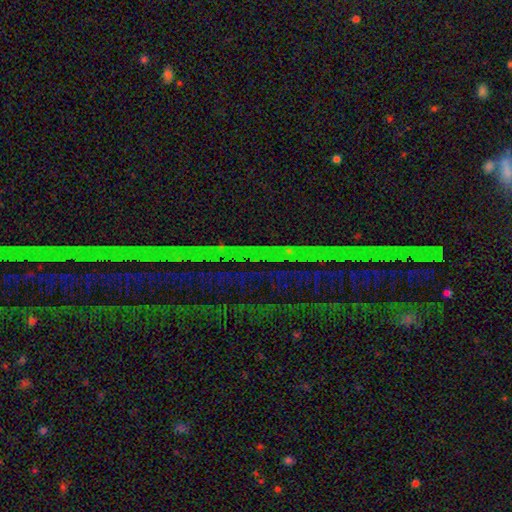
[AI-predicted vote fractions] A star or artifact, not a galaxy (85%).